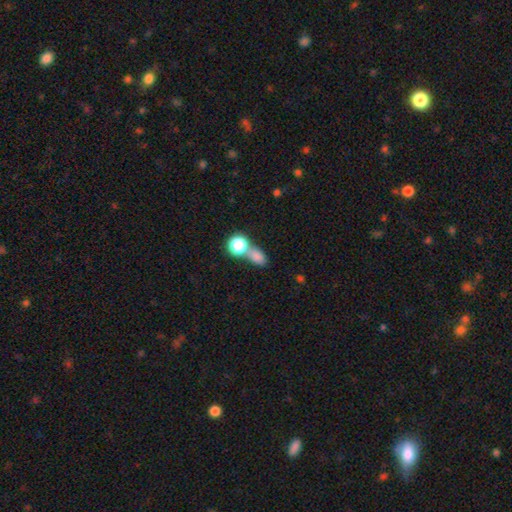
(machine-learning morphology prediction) This appears to be a smooth galaxy with no disk features (77%) that is in between round and cigar-shaped (61%). Merging: merger (49%).